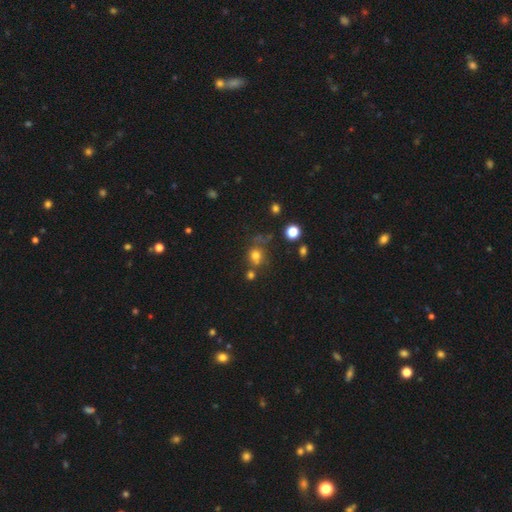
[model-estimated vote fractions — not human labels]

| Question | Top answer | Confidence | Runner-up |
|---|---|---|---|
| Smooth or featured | smooth | 71% | star or artifact (19%) |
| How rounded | round | 77% | in between (22%) |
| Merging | none | 56% | merger (21%) |